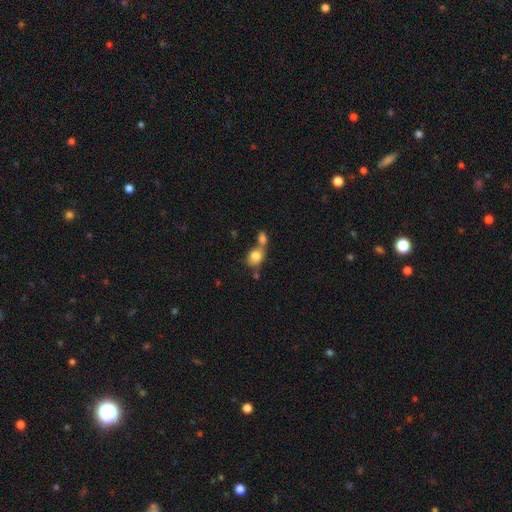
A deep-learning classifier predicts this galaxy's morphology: This appears to be a smooth galaxy with no disk features (80%) that is in between round and cigar-shaped (53%). Merging: merger (59%).